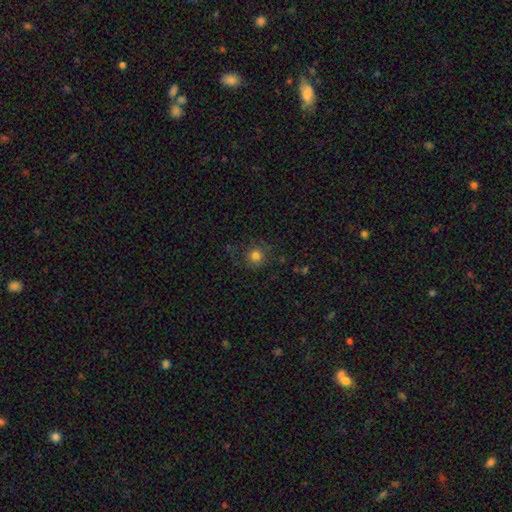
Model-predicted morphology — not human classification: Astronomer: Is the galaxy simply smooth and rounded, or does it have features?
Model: smooth — 79%.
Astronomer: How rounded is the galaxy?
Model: round — 90%.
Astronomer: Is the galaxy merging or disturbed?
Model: none — 77%.